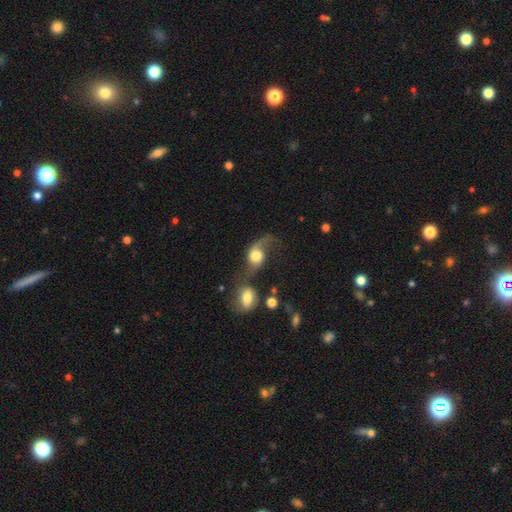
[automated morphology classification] A featured or disk galaxy (57%) with no bar (71%), spiral arms (83%) and a moderate central bulge (41%). Merging: merger (31%).